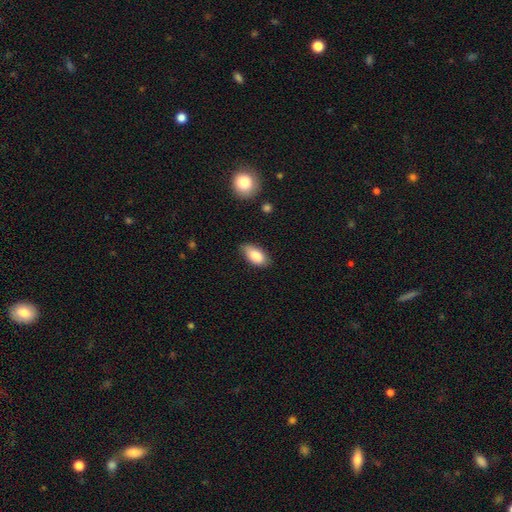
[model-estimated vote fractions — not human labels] A smooth galaxy with no disk features (85%) that is in between round and cigar-shaped (92%).

Vote fractions:
- Smooth or featured? smooth: 85% / featured or disk: 8% / star or artifact: 7%
- How rounded? in between: 92% / cigar-shaped: 5% / round: 3%
- Merging? none: 73% / minor disturbance: 22% / major disturbance: 3% / merger: 2%